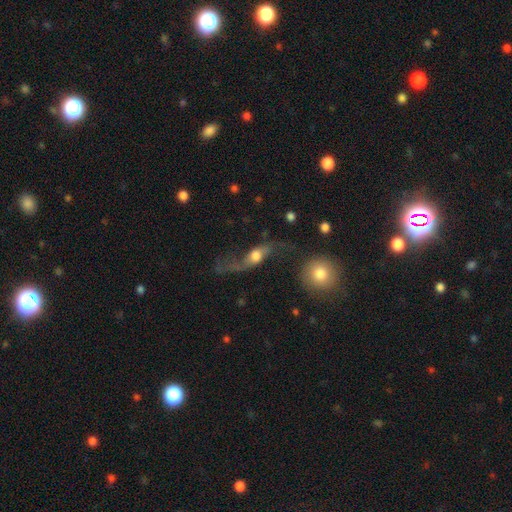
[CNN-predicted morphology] This appears to be a featured or disk galaxy (68%) with no bar (56%), spiral arms (86%) and a moderate central bulge (49%). Merging: none (44%).